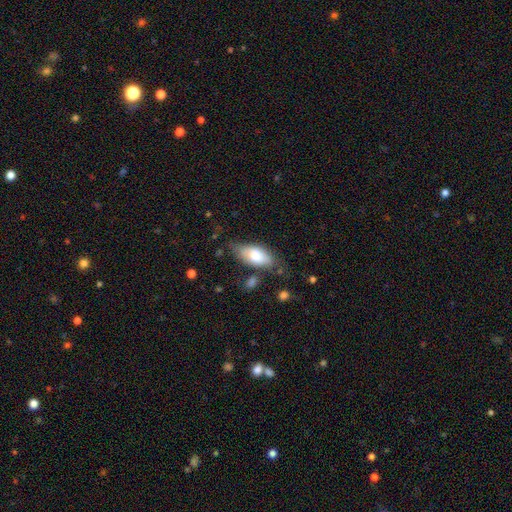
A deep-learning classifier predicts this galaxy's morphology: smooth 76%, featured or disk 18%, star or artifact 6%. Down the decision tree: how rounded — in between (87%); merging — none (61%).